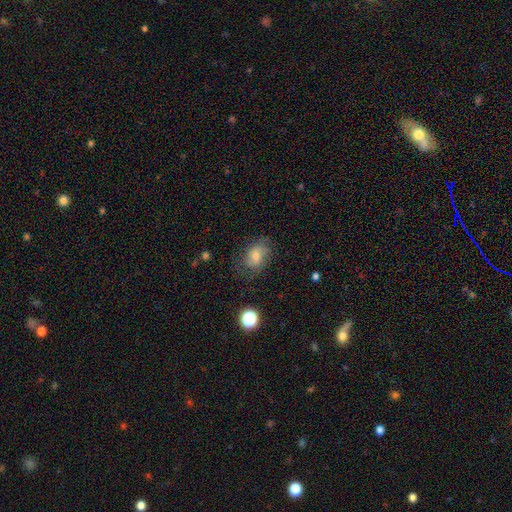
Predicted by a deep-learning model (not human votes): Smooth or featured? smooth (45%)
Merging? none (66%)